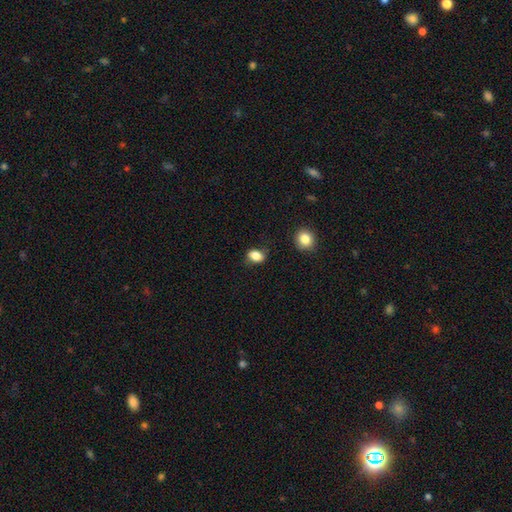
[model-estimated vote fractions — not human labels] Smooth or featured: smooth — 84% (star or artifact — 10%)
How rounded: in between — 70% (round — 29%)
Merging: none — 75% (minor disturbance — 18%)